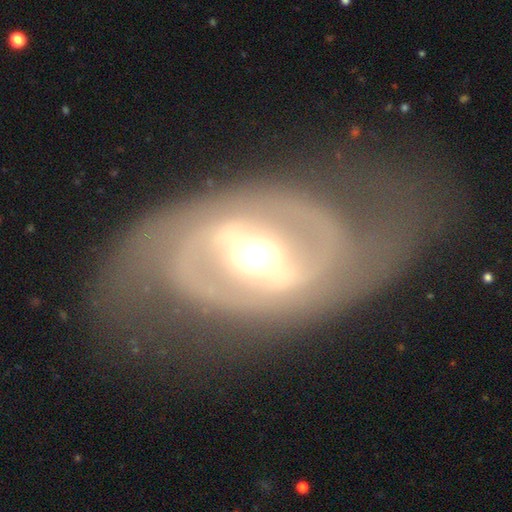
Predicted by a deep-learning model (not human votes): featured or disk 72%, smooth 21%, star or artifact 7%. Down the decision tree: edge-on disk — no (90%); bar — strong (44%); spiral arms — no (60%); bulge size — moderate (59%); merging — none (72%).